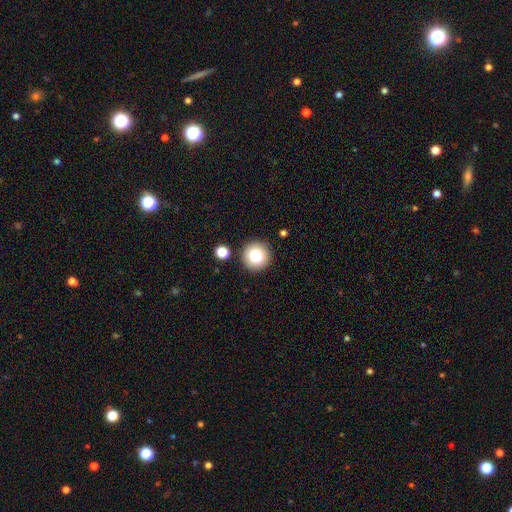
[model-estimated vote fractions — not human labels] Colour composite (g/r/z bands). It shows a smooth galaxy with no disk features (83%) that is round (95%). Merging: none (87%).